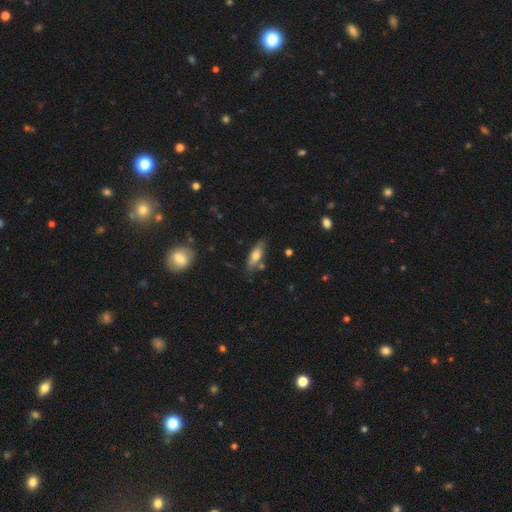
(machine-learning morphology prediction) The model was most divided on "how rounded": in between: 62%, cigar-shaped: 35%, round: 3%. More confident: merging — none (72%); smooth or featured — smooth (60%).